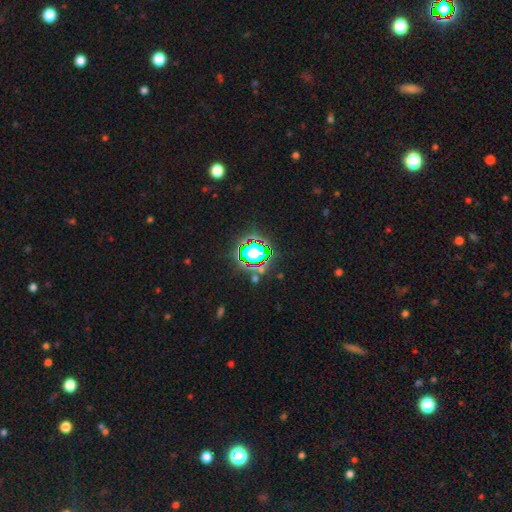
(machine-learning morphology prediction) Overall: star or artifact (60%; smooth 27%).